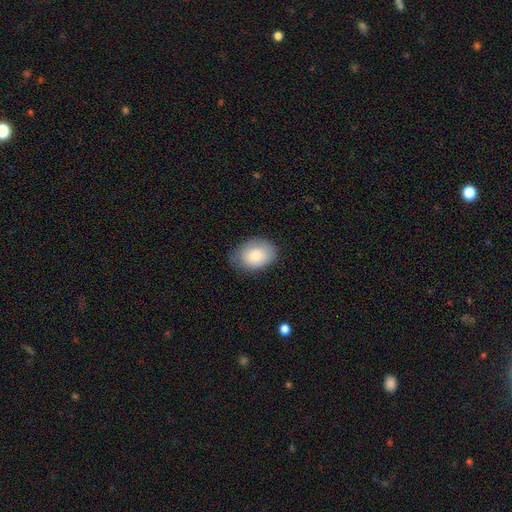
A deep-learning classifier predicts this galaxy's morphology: A smooth galaxy with no disk features (83%) that is in between round and cigar-shaped (76%).

Vote fractions:
- Smooth or featured? smooth: 83% / featured or disk: 10% / star or artifact: 7%
- How rounded? in between: 76% / round: 23% / cigar-shaped: 1%
- Merging? none: 71% / minor disturbance: 23% / major disturbance: 5% / merger: 1%